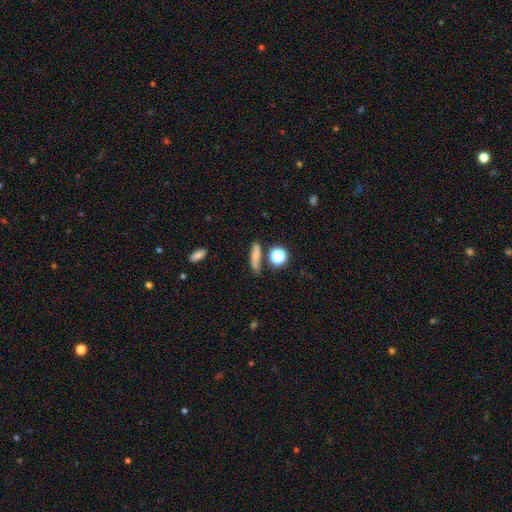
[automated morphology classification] This appears to be a smooth galaxy with no disk features (73%) that is cigar-shaped (63%). Merging: none (71%).